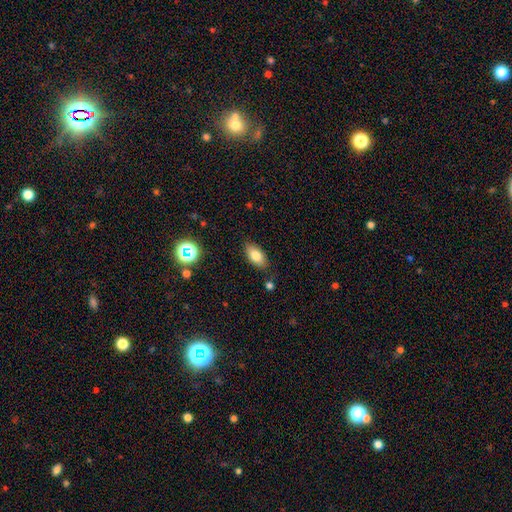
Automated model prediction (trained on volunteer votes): Q: Smooth or featured?
A: smooth (80%); runner-up: featured or disk (11%)
Q: How rounded?
A: in between (90%); runner-up: cigar-shaped (5%)
Q: Merging?
A: none (83%); runner-up: minor disturbance (12%)